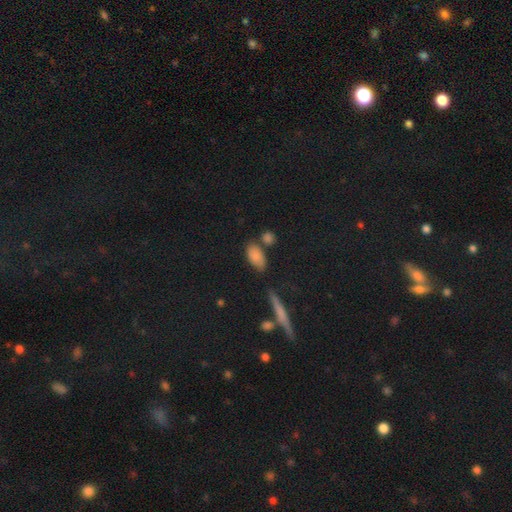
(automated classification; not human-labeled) The model was most divided on "merging": none: 59%, minor disturbance: 19%, merger: 15%, major disturbance: 7%. More confident: how rounded — in between (88%); smooth or featured — smooth (79%).